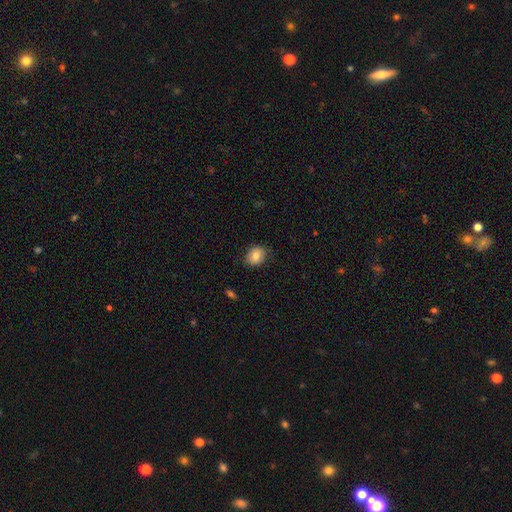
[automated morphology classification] The model was most divided on "how rounded": round: 55%, in between: 44%, cigar-shaped: 1%. More confident: merging — none (82%); smooth or featured — smooth (80%).